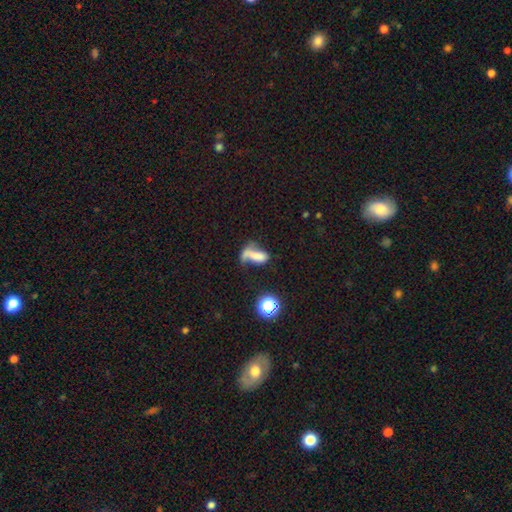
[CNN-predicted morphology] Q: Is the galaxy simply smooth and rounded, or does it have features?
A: smooth — 57%.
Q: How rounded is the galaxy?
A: in between — 71%.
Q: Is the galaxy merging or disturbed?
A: major disturbance — 32%.